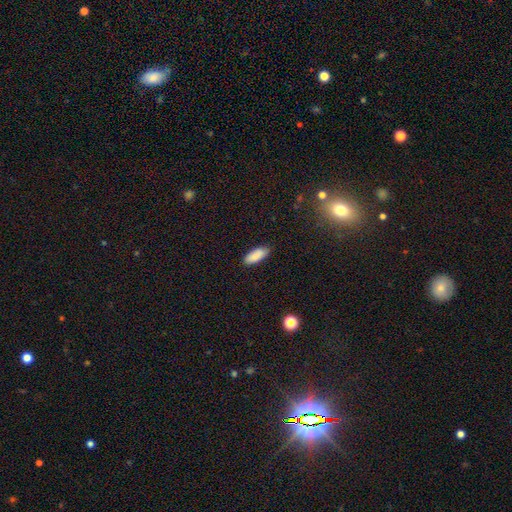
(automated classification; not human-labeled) Smooth or featured? smooth (88%)
How rounded? in between (76%)
Merging? none (86%)